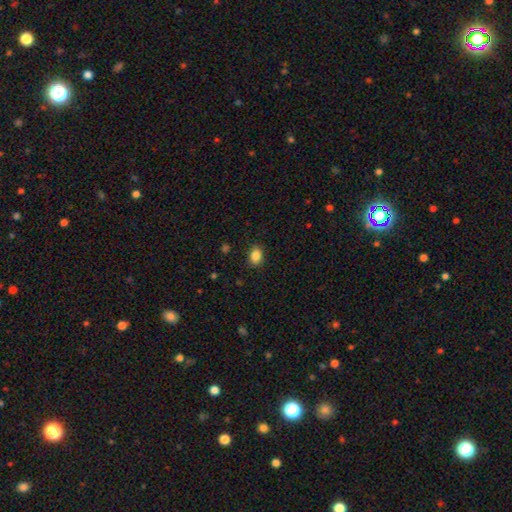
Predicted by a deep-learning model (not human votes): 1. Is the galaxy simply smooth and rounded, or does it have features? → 87% smooth, 9% star or artifact, 4% featured or disk.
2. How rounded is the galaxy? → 74% in between, 25% round, 1% cigar-shaped.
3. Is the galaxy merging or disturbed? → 88% none, 9% minor disturbance, 2% major disturbance, 1% merger.